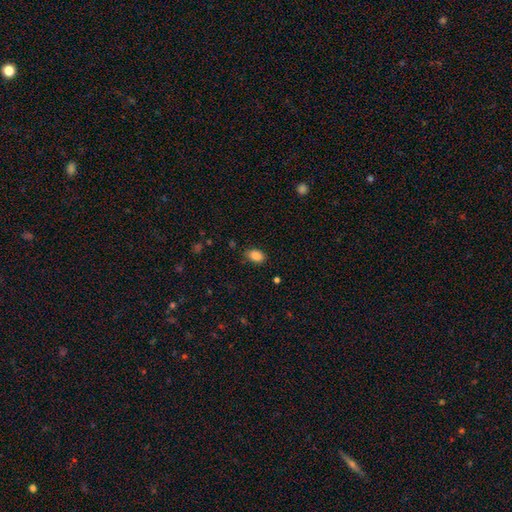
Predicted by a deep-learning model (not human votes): A smooth galaxy with no disk features (87%) that is in between round and cigar-shaped (85%). Merging: none (80%).